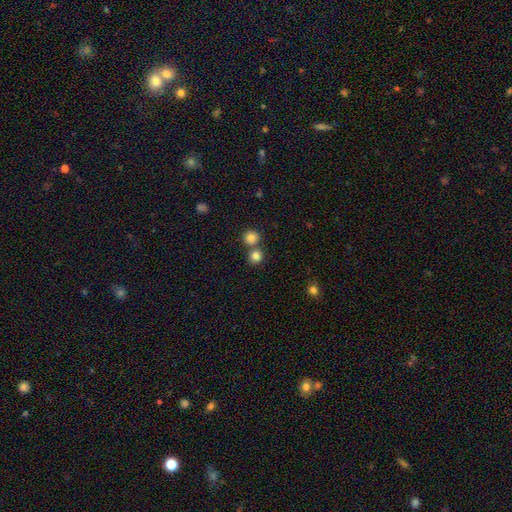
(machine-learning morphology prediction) A smooth galaxy with no disk features (83%) that is round (89%).

Vote fractions:
- Smooth or featured? smooth: 83% / star or artifact: 12% / featured or disk: 6%
- How rounded? round: 89% / in between: 10% / cigar-shaped: 1%
- Merging? none: 64% / merger: 28% / minor disturbance: 6% / major disturbance: 2%